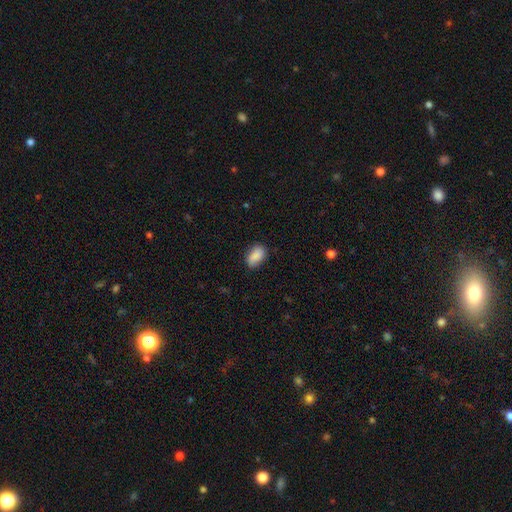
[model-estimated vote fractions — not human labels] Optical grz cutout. It shows a smooth galaxy with no disk features (87%) that is in between round and cigar-shaped (88%). Merging: none (77%).